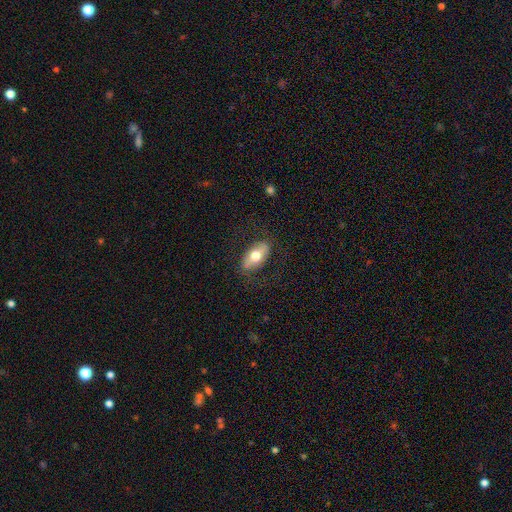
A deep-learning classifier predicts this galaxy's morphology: smooth_or_featured: smooth (p=0.63) [alt: featured or disk p=0.31]
how_rounded: in between (p=0.91) [alt: round p=0.05]
merging: none (p=0.79) [alt: minor disturbance p=0.15]